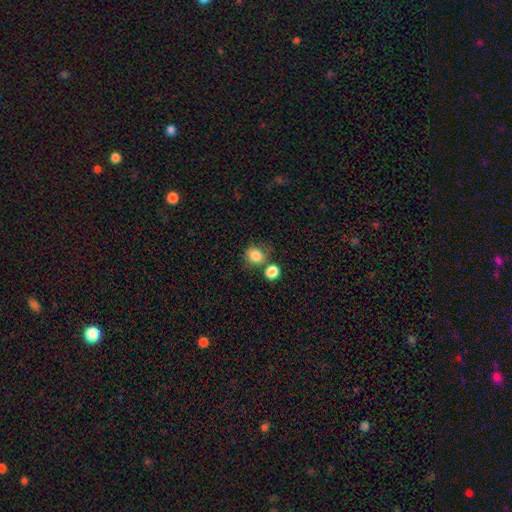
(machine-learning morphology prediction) Overall: smooth (83%). How rounded: round (69%; in between 30%). Merging: none (56%; merger 24%).